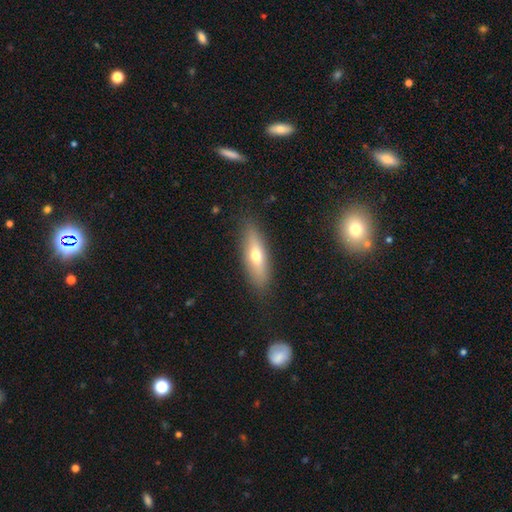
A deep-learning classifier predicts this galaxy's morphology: A smooth galaxy with no disk features (56%) that is cigar-shaped (53%). Merging: none (85%).